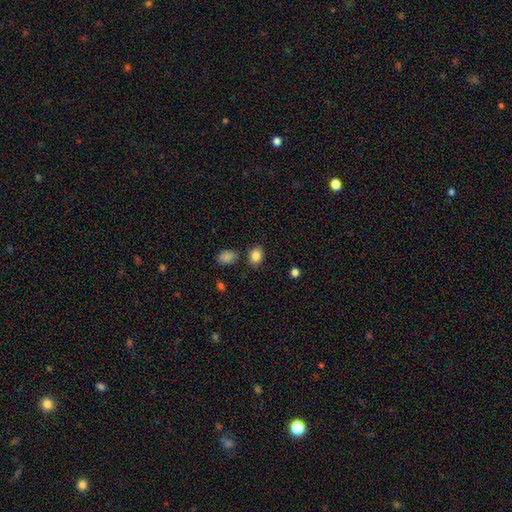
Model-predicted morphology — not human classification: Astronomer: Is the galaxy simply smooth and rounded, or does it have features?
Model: smooth — 85%.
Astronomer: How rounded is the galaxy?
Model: in between — 63%.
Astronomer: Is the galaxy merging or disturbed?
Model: none — 80%.